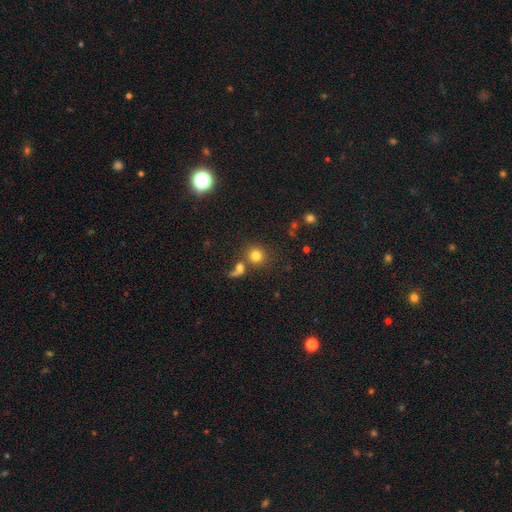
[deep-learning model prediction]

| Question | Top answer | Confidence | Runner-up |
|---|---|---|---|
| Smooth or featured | smooth | 77% | star or artifact (14%) |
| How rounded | round | 89% | in between (10%) |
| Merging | none | 68% | merger (19%) |